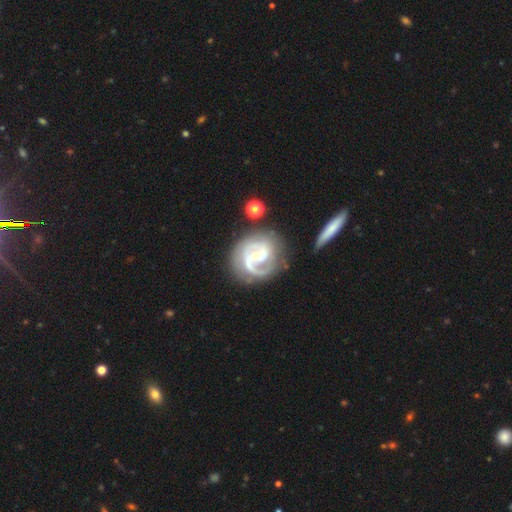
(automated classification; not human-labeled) Overall: featured or disk (89%). Edge-on disk: no (98%). Bar: weak (44%; no 38%). Spiral arms: yes (97%). Spiral arm count: 2 (78%). Spiral winding: medium (47%; tight 40%). Bulge size: small (60%; moderate 22%). Merging: none (67%).